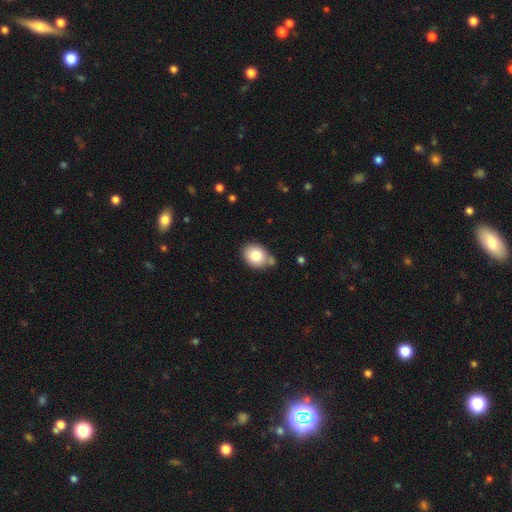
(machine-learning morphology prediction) smooth_or_featured: smooth (p=0.82) [alt: featured or disk p=0.10]
how_rounded: in between (p=0.63) [alt: round p=0.36]
merging: none (p=0.63) [alt: minor disturbance p=0.19]